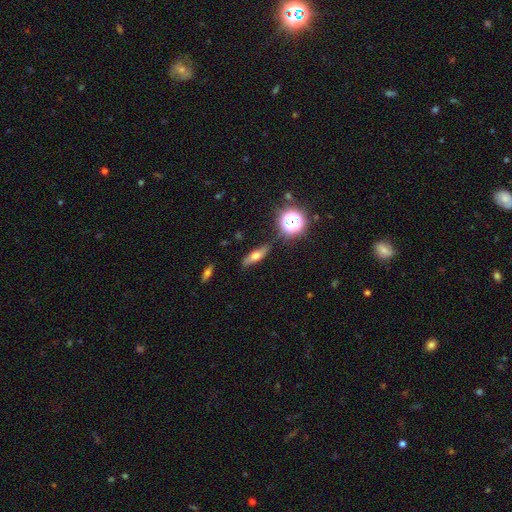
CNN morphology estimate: smooth-or-featured: smooth: 54% | featured or disk: 32% | star or artifact: 15%
  how-rounded: in between: 45% (tied) | cigar-shaped: 45% (tied) | round: 10%
  merging: none: 80% | minor disturbance: 14% | major disturbance: 4% | merger: 3%